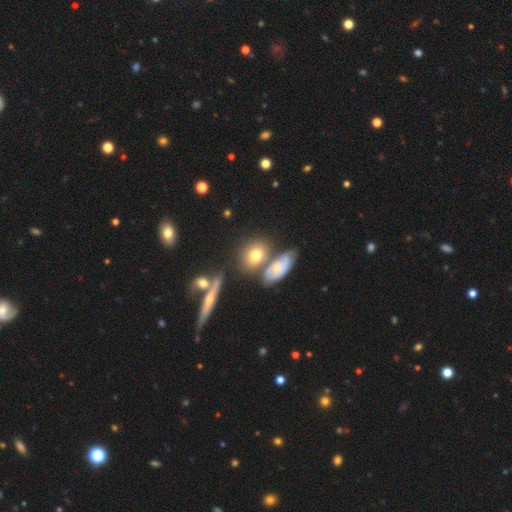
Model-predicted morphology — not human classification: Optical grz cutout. It shows a smooth galaxy with no disk features (67%) that is round (48%, tied with in between). Merging: none (55%).